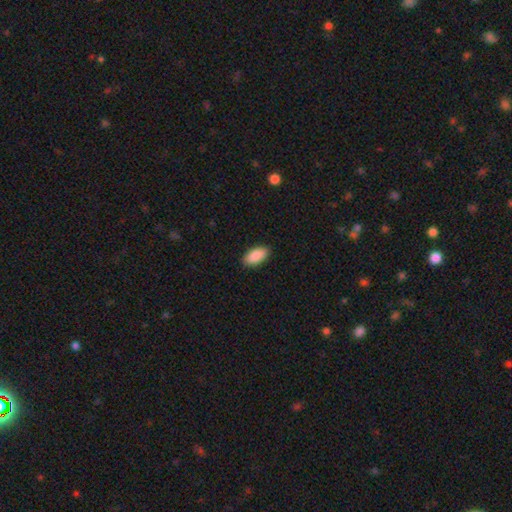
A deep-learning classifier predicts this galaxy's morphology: Smooth or featured? Predicted: smooth (p=0.90). How rounded? Predicted: in between (p=0.93). Merging? Predicted: none (p=0.89).